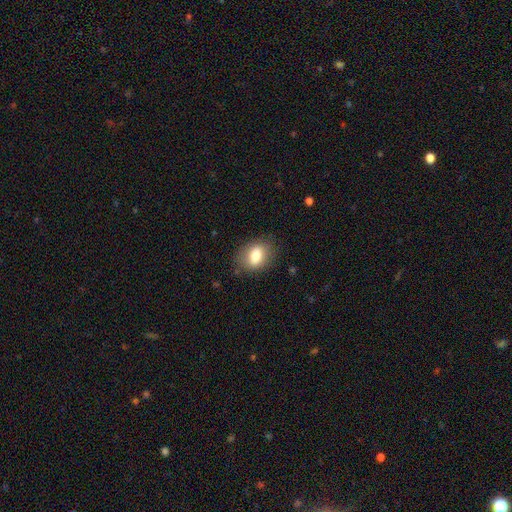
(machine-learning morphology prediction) This appears to be a smooth galaxy with no disk features (78%) that is in between round and cigar-shaped (72%). Merging: none (81%).